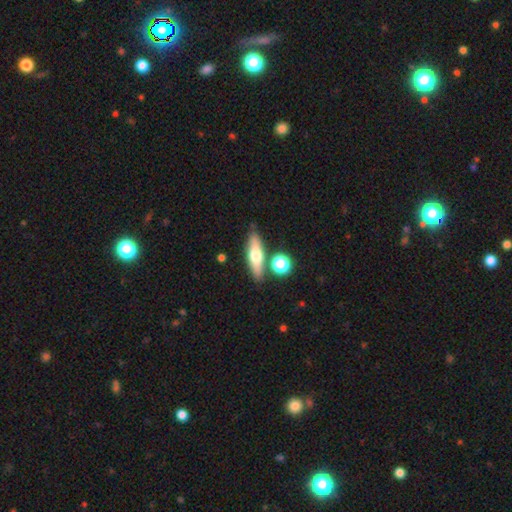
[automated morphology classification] A smooth galaxy with no disk features (56%) that is cigar-shaped (52%). Merging: none (79%).